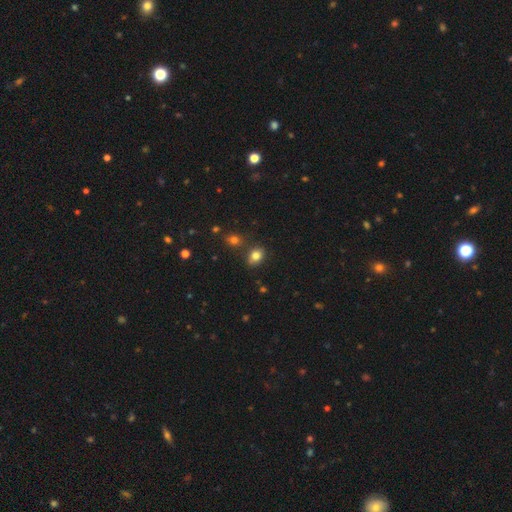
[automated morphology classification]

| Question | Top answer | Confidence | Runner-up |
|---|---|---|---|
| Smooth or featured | smooth | 81% | star or artifact (13%) |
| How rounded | in between | 55% | round (44%) |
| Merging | none | 70% | minor disturbance (15%) |